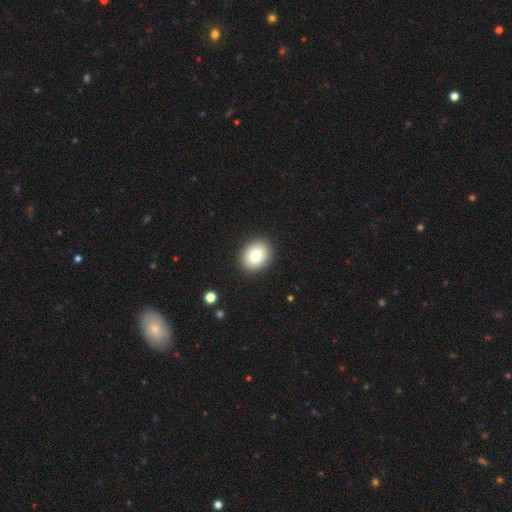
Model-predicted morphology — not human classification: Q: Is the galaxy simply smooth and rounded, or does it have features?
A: smooth — 78%.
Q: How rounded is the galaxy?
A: round — 50%, tied with in between.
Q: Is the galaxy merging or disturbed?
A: none — 91%.